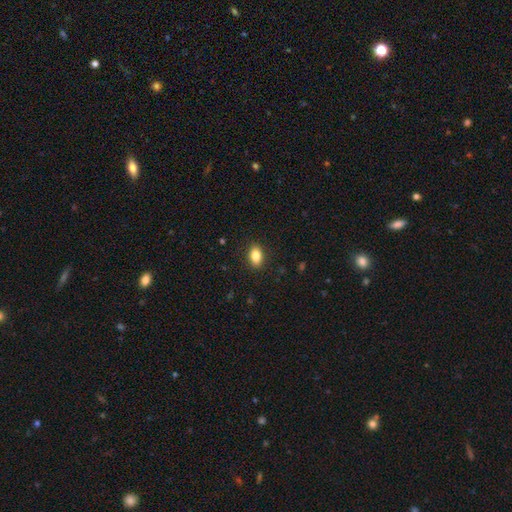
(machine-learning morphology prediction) A smooth galaxy with no disk features (84%) that is in between round and cigar-shaped (87%). Merging: none (89%).